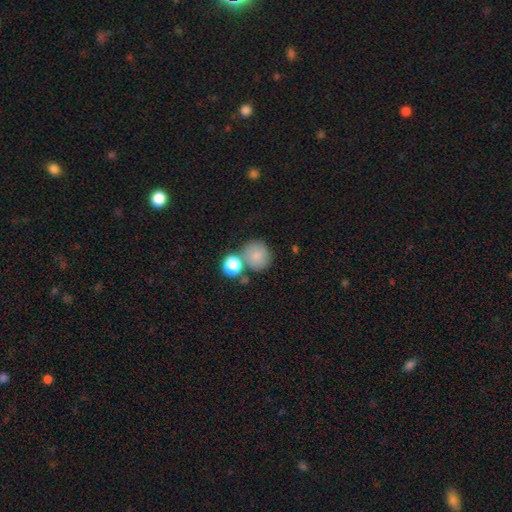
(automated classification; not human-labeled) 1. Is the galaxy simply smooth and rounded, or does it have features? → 80% smooth, 10% star or artifact, 10% featured or disk.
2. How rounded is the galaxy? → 89% round, 10% in between, 1% cigar-shaped.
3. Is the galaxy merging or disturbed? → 61% none, 22% merger, 12% minor disturbance, 5% major disturbance.